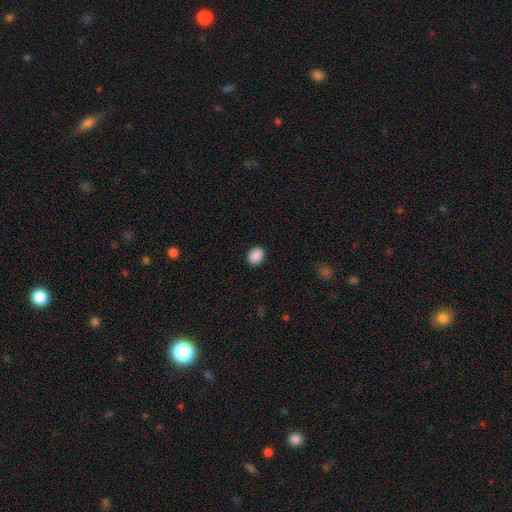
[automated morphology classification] A smooth galaxy with no disk features (90%) that is in between round and cigar-shaped (53%).

Vote fractions:
- Smooth or featured? smooth: 90% / star or artifact: 8% / featured or disk: 2%
- How rounded? in between: 53% / round: 47% / cigar-shaped: 1%
- Merging? none: 91% / minor disturbance: 7% / major disturbance: 2% / merger: 1%